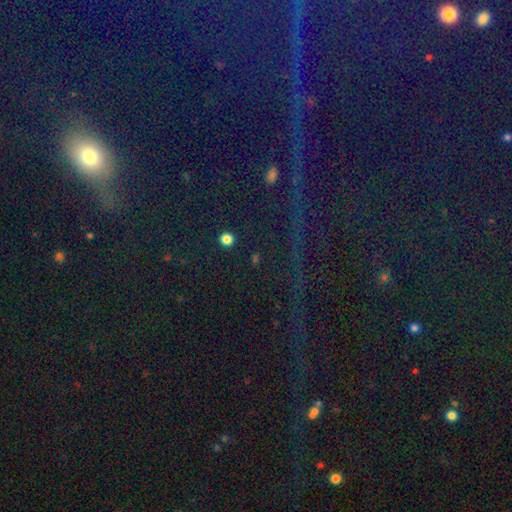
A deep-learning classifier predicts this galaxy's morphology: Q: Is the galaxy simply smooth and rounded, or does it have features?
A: star or artifact — 77%.